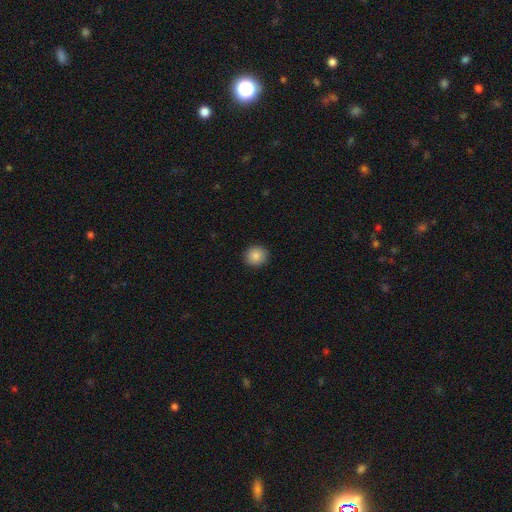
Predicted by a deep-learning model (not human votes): This is clearly a smooth galaxy (87%). How rounded: clearly round (87%). Merging: clearly none (91%).